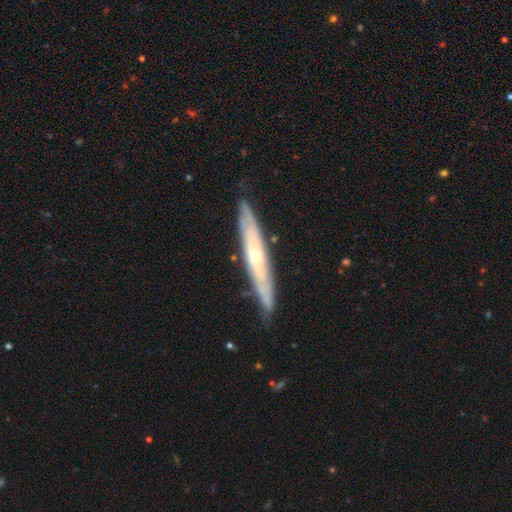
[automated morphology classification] Smooth or featured? featured or disk (75%)
Edge-on disk? yes (67%)
Merging? none (81%)